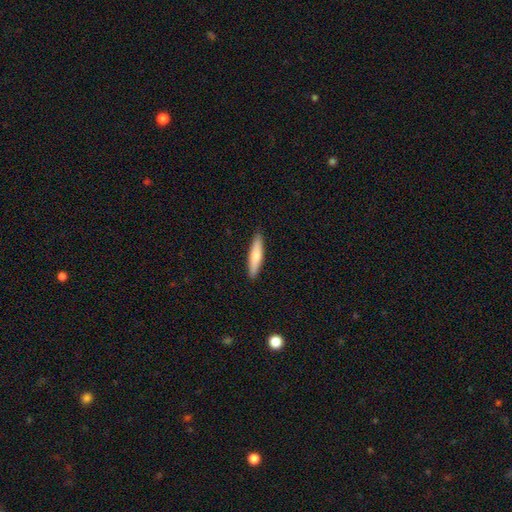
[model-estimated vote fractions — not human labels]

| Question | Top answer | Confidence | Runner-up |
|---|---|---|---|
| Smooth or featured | smooth | 70% | featured or disk (25%) |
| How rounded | cigar-shaped | 83% | in between (16%) |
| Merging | none | 90% | minor disturbance (8%) |